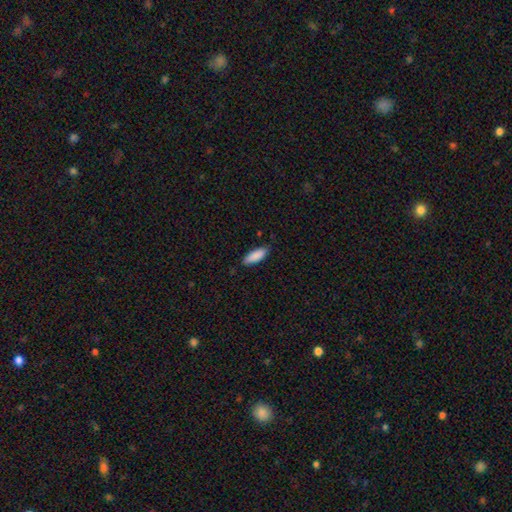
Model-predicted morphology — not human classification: type=smooth (89%); roundness=in between (68%); merging=none (82%).